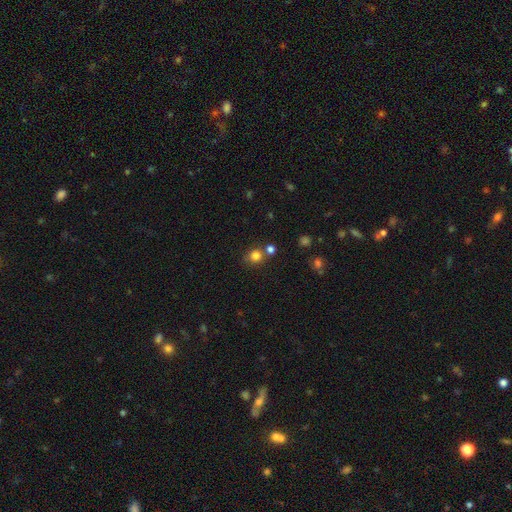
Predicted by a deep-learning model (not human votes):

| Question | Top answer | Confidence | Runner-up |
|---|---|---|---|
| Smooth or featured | smooth | 79% | star or artifact (14%) |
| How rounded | round | 83% | in between (16%) |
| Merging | none | 68% | merger (17%) |